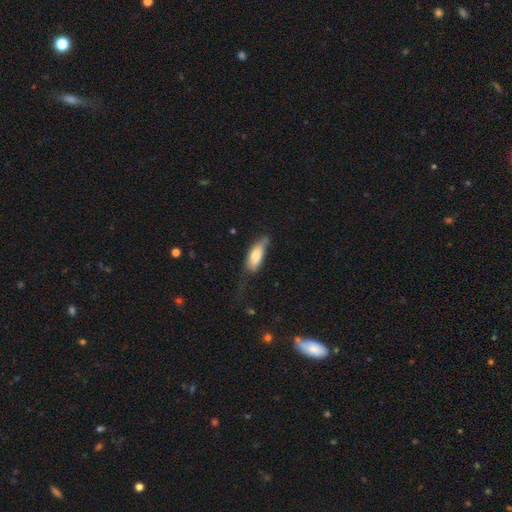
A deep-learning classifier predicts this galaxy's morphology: The model was most divided on "merging": none: 40%, minor disturbance: 37%, major disturbance: 20%, merger: 3%. More confident: smooth or featured — smooth (76%); how rounded — in between (75%).